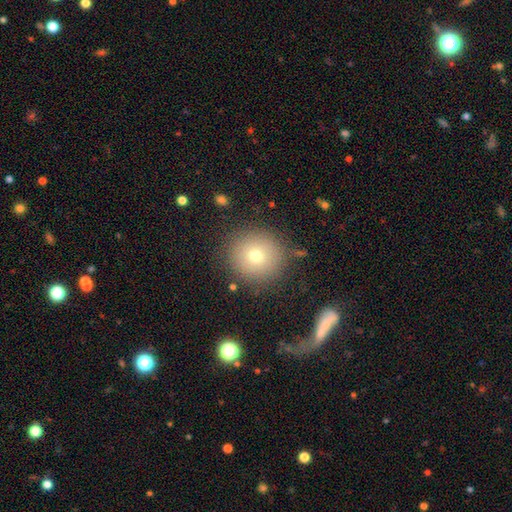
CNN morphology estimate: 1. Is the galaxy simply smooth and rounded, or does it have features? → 72% smooth, 14% featured or disk, 14% star or artifact.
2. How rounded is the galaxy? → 94% round, 5% in between, 1% cigar-shaped.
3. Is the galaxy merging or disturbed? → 85% none, 8% minor disturbance, 4% major disturbance, 3% merger.